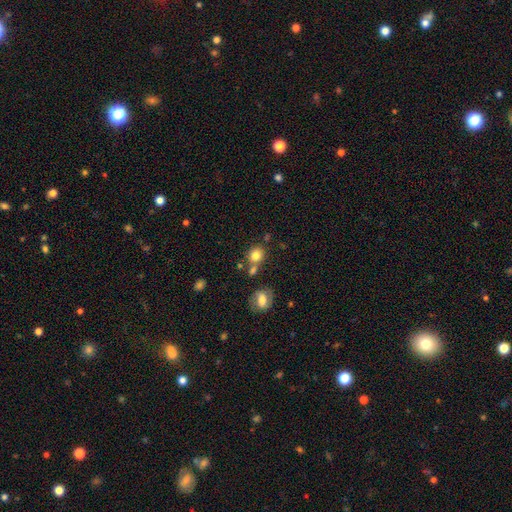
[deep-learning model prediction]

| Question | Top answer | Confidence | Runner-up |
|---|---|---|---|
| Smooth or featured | smooth | 80% | star or artifact (11%) |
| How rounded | round | 78% | in between (21%) |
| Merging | none | 64% | merger (21%) |